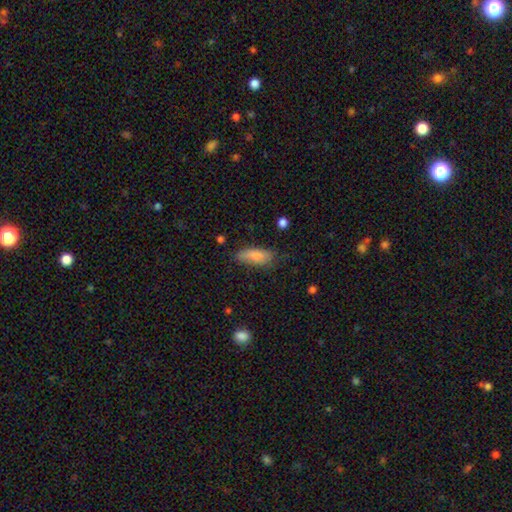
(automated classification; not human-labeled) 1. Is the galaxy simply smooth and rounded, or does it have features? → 84% smooth, 9% featured or disk, 7% star or artifact.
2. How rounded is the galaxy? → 70% in between, 28% cigar-shaped, 2% round.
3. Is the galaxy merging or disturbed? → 71% none, 22% minor disturbance, 5% major disturbance, 2% merger.